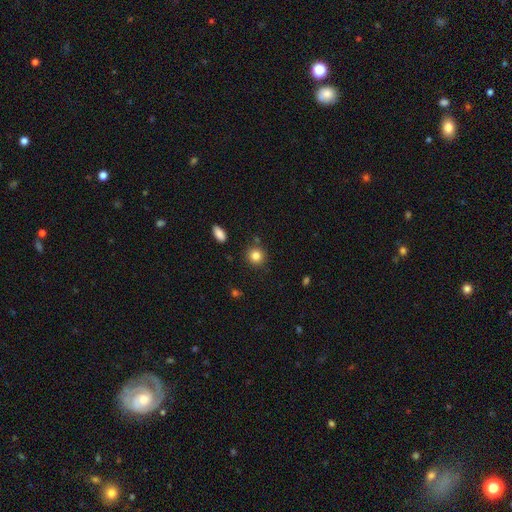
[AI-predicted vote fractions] smooth 84%, star or artifact 10%, featured or disk 5%. Down the decision tree: how rounded — round (89%); merging — none (85%).